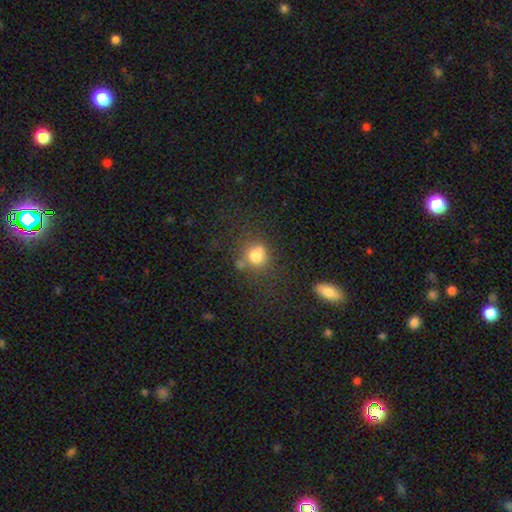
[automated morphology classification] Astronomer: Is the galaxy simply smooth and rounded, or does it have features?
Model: smooth — 74%.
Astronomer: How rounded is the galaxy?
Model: round — 74%.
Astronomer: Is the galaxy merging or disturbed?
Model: none — 56%.